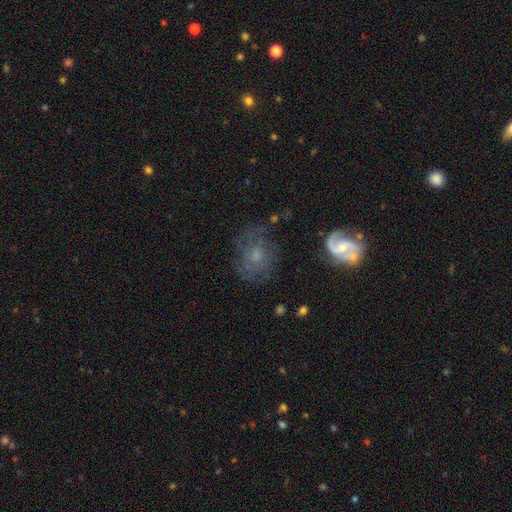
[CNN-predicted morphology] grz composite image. It shows a featured or disk galaxy (53%) with no bar (64%), spiral arms (77%) and a small central bulge (52%). Merging: none (63%).